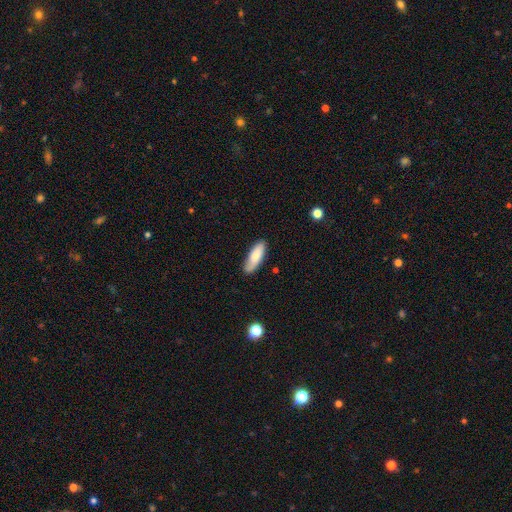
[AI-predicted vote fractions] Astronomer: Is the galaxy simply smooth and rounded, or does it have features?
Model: smooth — 78%.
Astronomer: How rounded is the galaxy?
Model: in between — 61% (runner-up: cigar-shaped, 37%).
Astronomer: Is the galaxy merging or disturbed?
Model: none — 82%.